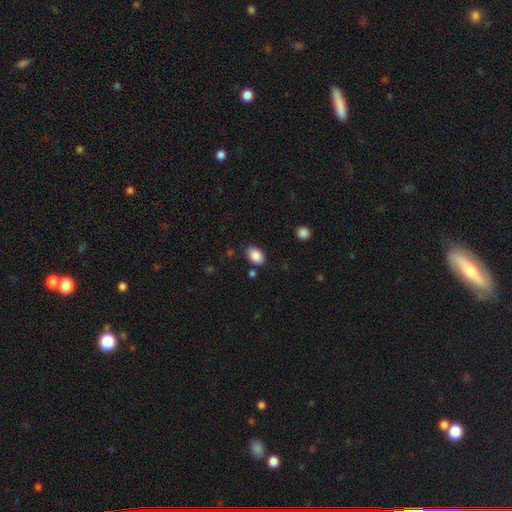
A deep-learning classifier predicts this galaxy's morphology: This is clearly a smooth galaxy (88%). How rounded: clearly in between (86%). Merging: clearly none (82%).